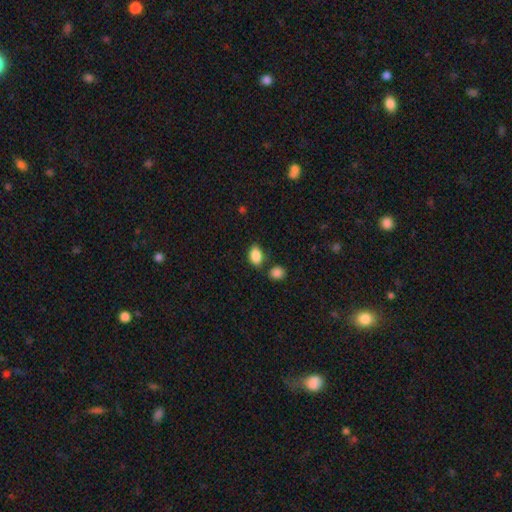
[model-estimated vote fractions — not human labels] smooth 87%, star or artifact 8%, featured or disk 5%. Down the decision tree: how rounded — in between (87%); merging — none (73%).